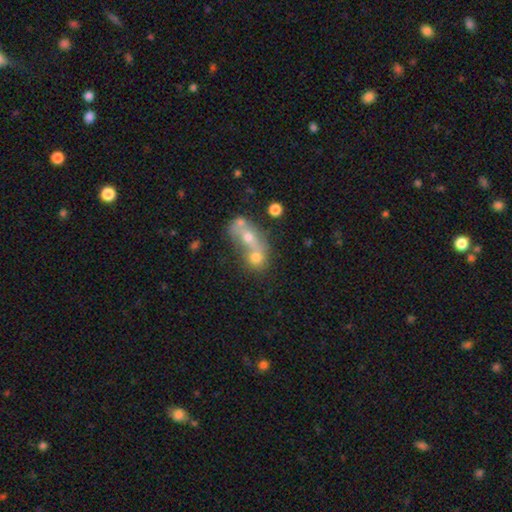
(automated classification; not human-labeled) Morphology: type=smooth (52%); roundness=round (47%, tied with in between); merging=merger (70%).